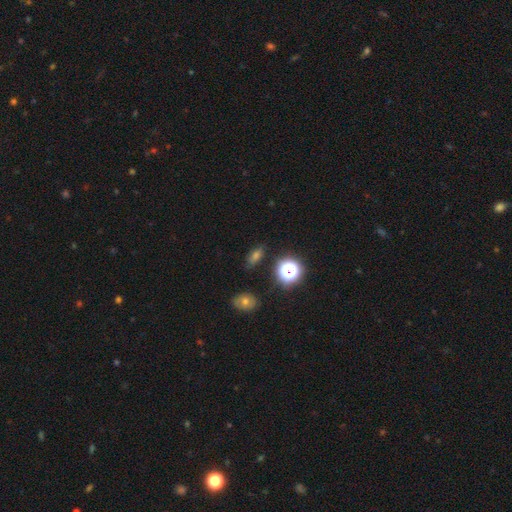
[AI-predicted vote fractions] A smooth galaxy with no disk features (50%).

Vote fractions:
- Smooth or featured? smooth: 50% / star or artifact: 36% / featured or disk: 14%
- Merging? none: 84% / minor disturbance: 10% / major disturbance: 3% / merger: 3%